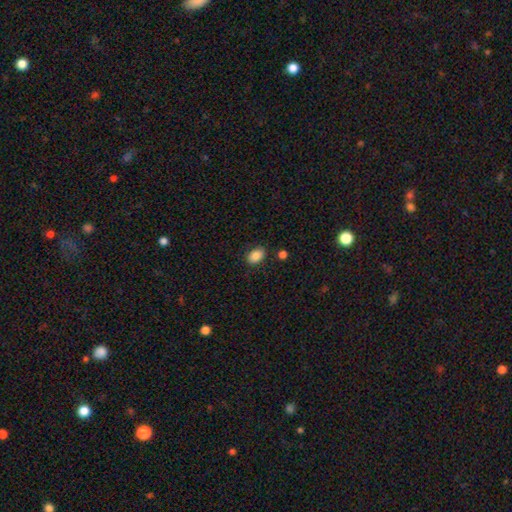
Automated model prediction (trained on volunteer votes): This is clearly a smooth galaxy (87%). How rounded: clearly in between (85%). Merging: clearly none (82%).